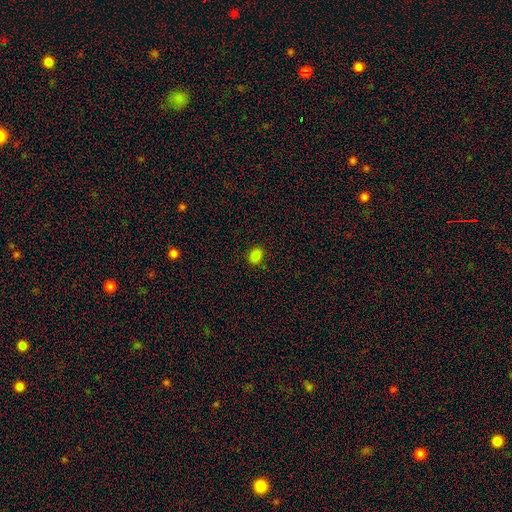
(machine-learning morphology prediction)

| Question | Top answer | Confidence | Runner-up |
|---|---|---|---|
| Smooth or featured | smooth | 84% | star or artifact (13%) |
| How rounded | in between | 65% | round (34%) |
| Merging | none | 86% | minor disturbance (10%) |